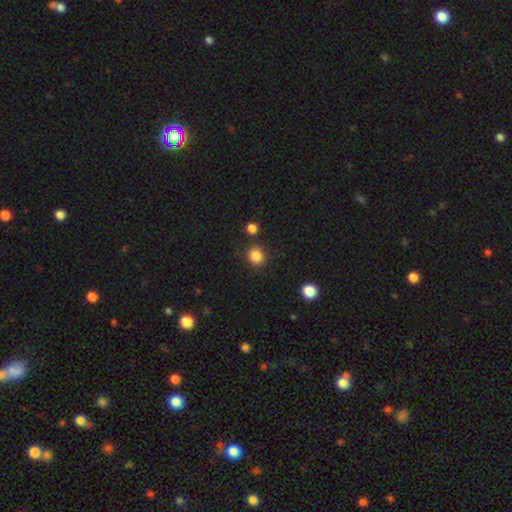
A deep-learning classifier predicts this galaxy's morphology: smooth_or_featured: smooth (p=0.85) [alt: star or artifact p=0.11]
how_rounded: round (p=0.85) [alt: in between p=0.14]
merging: none (p=0.85) [alt: minor disturbance p=0.08]